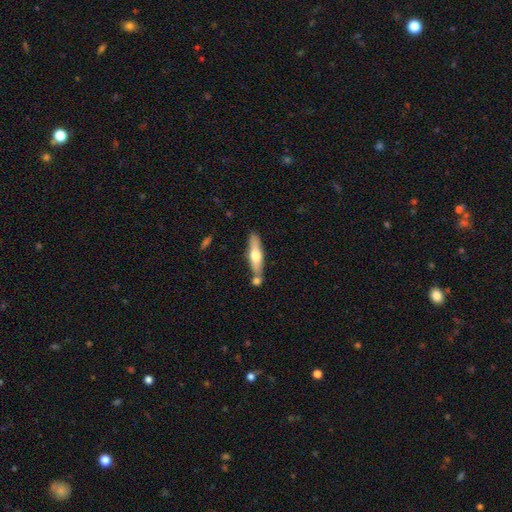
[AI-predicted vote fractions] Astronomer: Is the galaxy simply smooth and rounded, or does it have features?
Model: smooth — 50% (runner-up: featured or disk, 44%).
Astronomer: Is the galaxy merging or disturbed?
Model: none — 62%.